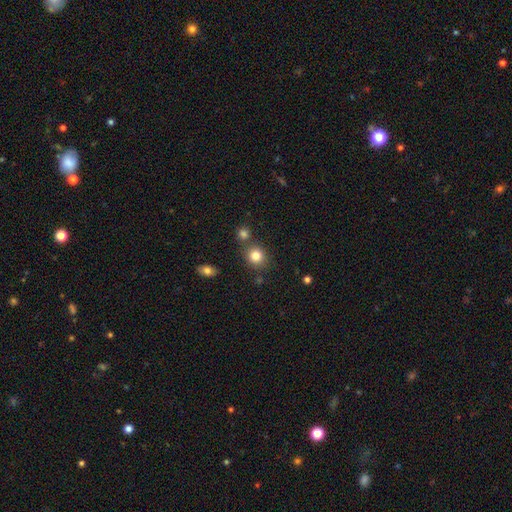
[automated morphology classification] smooth-or-featured: smooth: 82% | star or artifact: 11% | featured or disk: 6%
  how-rounded: round: 84% | in between: 15% | cigar-shaped: 1%
  merging: none: 75% | merger: 12% | minor disturbance: 9% | major disturbance: 3%